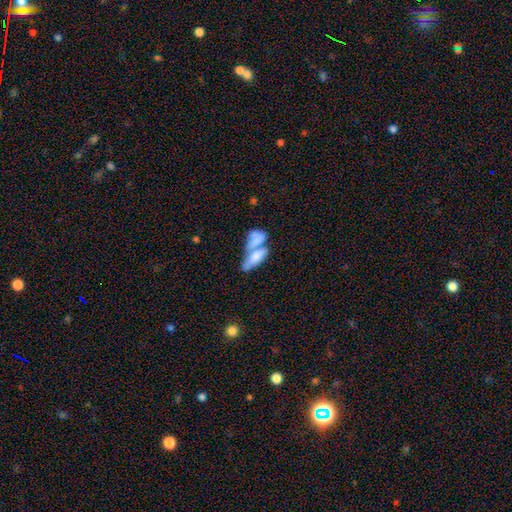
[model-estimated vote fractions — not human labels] Morphology: type=smooth (65%); roundness=in between (70%); merging=merger (63%).